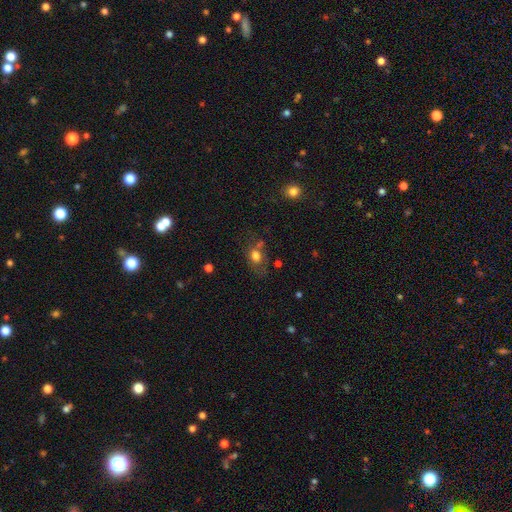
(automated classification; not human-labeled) A smooth galaxy with no disk features (71%) that is in between round and cigar-shaped (57%). Merging: none (47%).